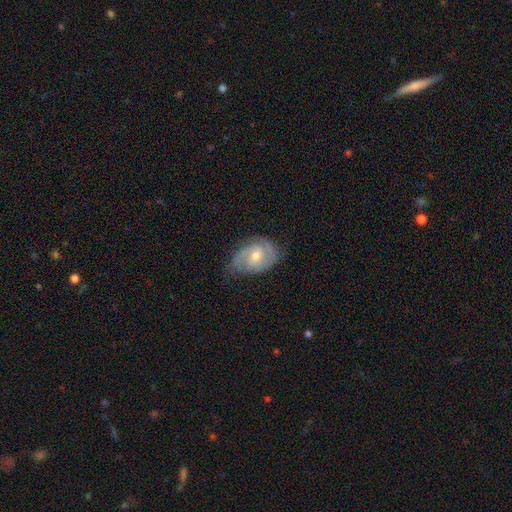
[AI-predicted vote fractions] A featured or disk galaxy (78%) with no bar (55%), 2 (60%) tight (44%) spiral arms (93%) and a moderate central bulge (58%). Merging: none (60%).